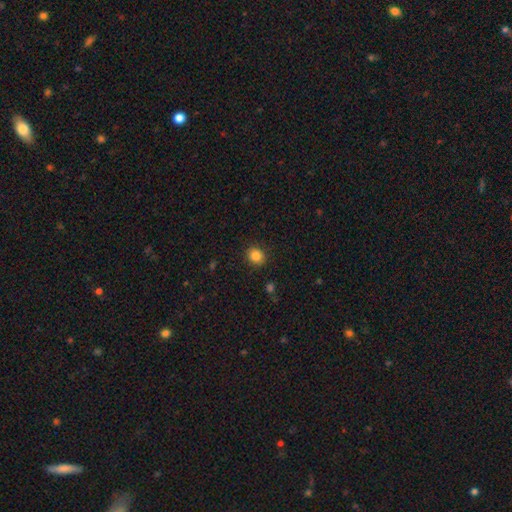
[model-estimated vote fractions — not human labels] smooth_or_featured: smooth (p=0.85) [alt: star or artifact p=0.10]
how_rounded: round (p=0.79) [alt: in between p=0.20]
merging: none (p=0.89) [alt: minor disturbance p=0.07]